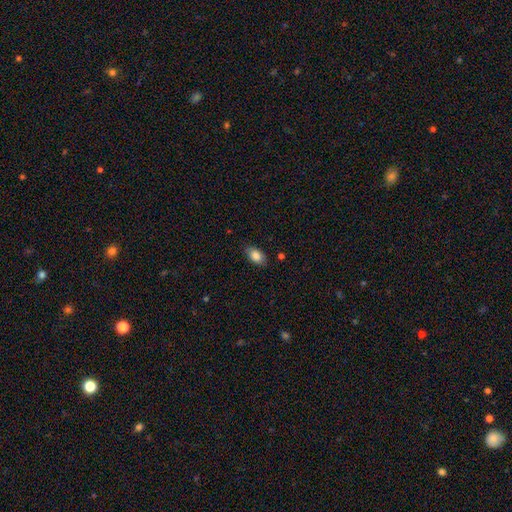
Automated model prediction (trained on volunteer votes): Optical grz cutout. It shows a smooth galaxy with no disk features (84%) that is in between round and cigar-shaped (91%). Merging: none (83%).